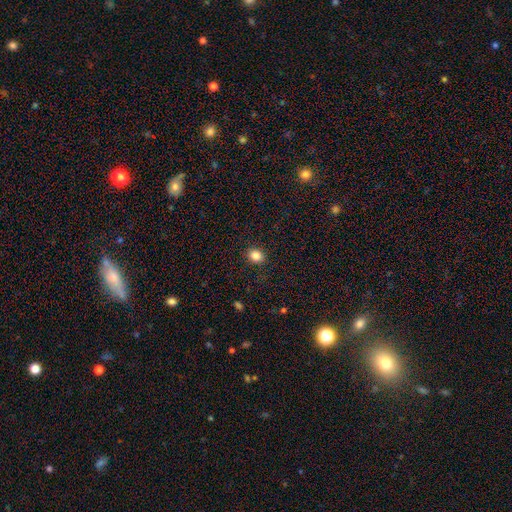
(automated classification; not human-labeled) A smooth galaxy with no disk features (85%) that is round (58%).

Vote fractions:
- Smooth or featured? smooth: 85% / star or artifact: 11% / featured or disk: 5%
- How rounded? round: 58% / in between: 41% / cigar-shaped: 1%
- Merging? none: 88% / minor disturbance: 8% / major disturbance: 3% / merger: 1%